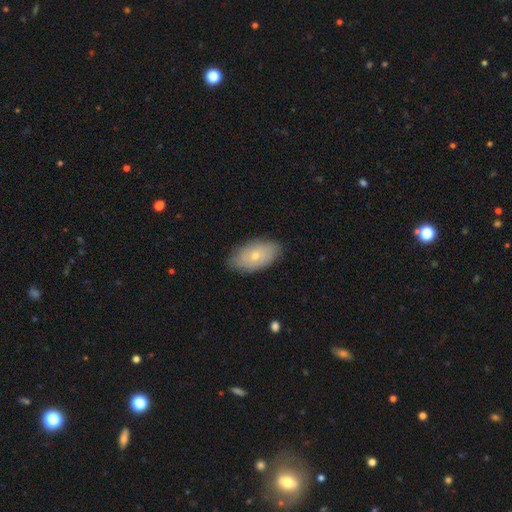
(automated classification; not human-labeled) Smooth or featured?
  - smooth: 57% *
  - featured or disk: 36%
  - star or artifact: 7%
How rounded?
  - in between: 93% *
  - round: 5%
  - cigar-shaped: 2%
Merging?
  - none: 82% *
  - minor disturbance: 14%
  - major disturbance: 3%
  - merger: 1%